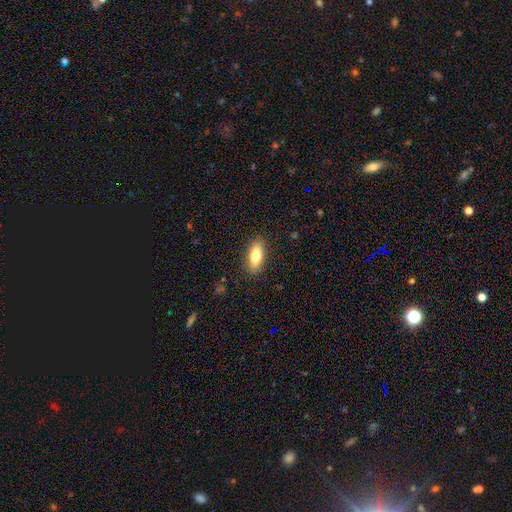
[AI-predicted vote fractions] smooth-or-featured: smooth: 77% | featured or disk: 16% | star or artifact: 7%
  how-rounded: in between: 75% | cigar-shaped: 22% | round: 3%
  merging: none: 88% | minor disturbance: 9% | major disturbance: 2% | merger: 1%